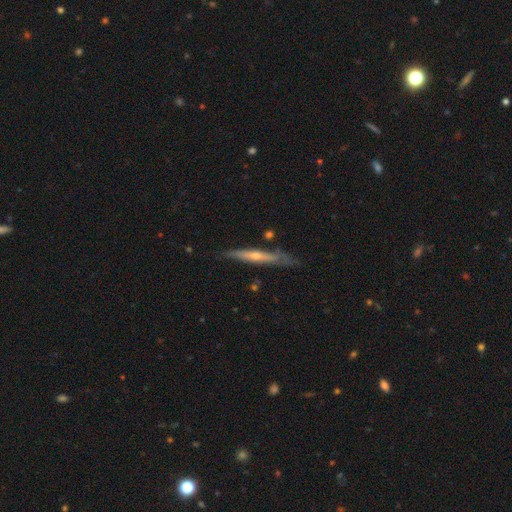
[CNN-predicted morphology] Smooth or featured: featured or disk — 67% (smooth — 27%)
Edge-on disk: yes — 90% (no — 10%)
Edge-on bulge: rounded — 66% (none — 30%)
Merging: none — 72% (minor disturbance — 21%)